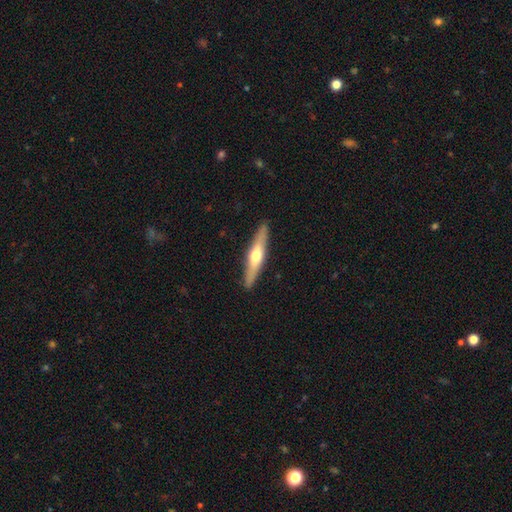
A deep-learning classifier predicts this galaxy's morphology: smooth-or-featured: featured or disk: 56% | smooth: 39% | star or artifact: 5%
  disk-edge-on: yes: 93% | no: 7%
    edge-on-bulge: rounded: 91% | none: 6% | boxy: 4%
  merging: none: 90% | minor disturbance: 7% | major disturbance: 1% | merger: 1%